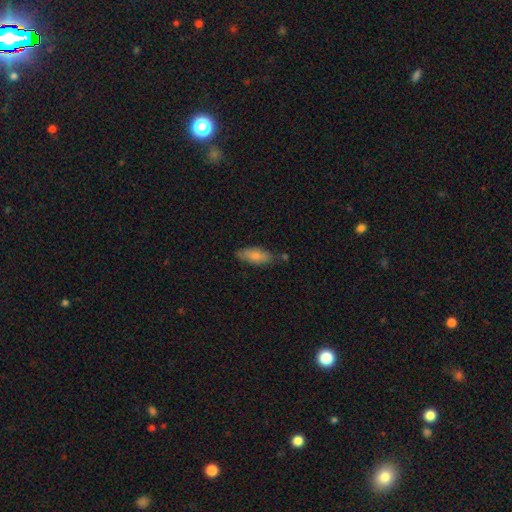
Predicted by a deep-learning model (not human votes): Smooth or featured?
  - smooth: 79% *
  - featured or disk: 15%
  - star or artifact: 6%
How rounded?
  - in between: 68% *
  - cigar-shaped: 30%
  - round: 2%
Merging?
  - none: 73% *
  - minor disturbance: 19%
  - merger: 4%
  - major disturbance: 4%